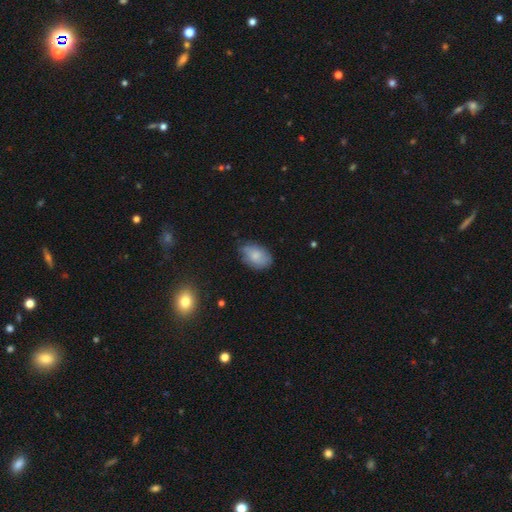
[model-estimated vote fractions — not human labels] Q: Smooth or featured?
A: smooth (75%); runner-up: featured or disk (18%)
Q: How rounded?
A: in between (87%); runner-up: round (11%)
Q: Merging?
A: none (65%); runner-up: minor disturbance (28%)